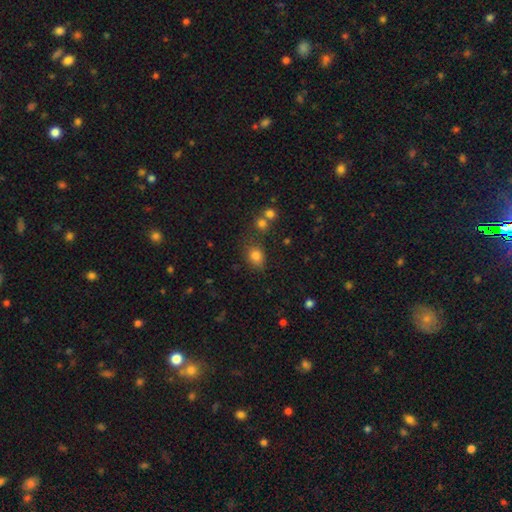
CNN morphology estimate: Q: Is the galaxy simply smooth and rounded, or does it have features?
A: smooth — 79%.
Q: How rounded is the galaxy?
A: in between — 51%.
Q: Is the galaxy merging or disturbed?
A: none — 68%.